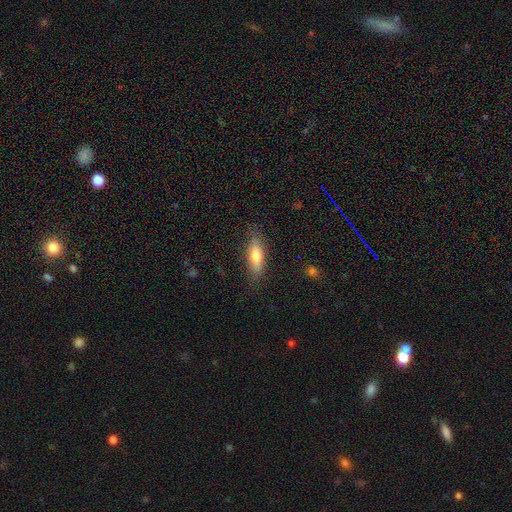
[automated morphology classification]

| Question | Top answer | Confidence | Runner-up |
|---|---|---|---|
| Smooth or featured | smooth | 65% | featured or disk (28%) |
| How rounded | cigar-shaped | 54% | in between (43%) |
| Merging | none | 82% | minor disturbance (13%) |